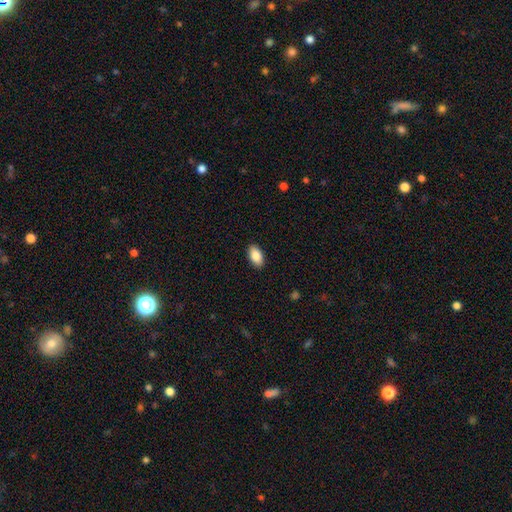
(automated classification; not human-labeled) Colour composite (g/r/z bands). It shows a smooth galaxy with no disk features (87%) that is in between round and cigar-shaped (94%). Merging: none (90%).